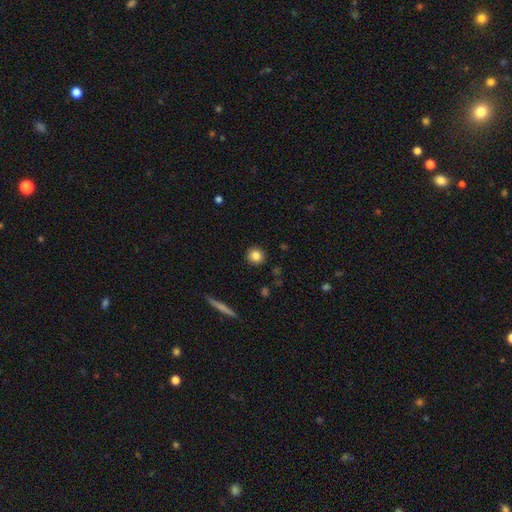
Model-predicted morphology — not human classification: Smooth or featured? smooth (83%)
How rounded? round (92%)
Merging? none (91%)